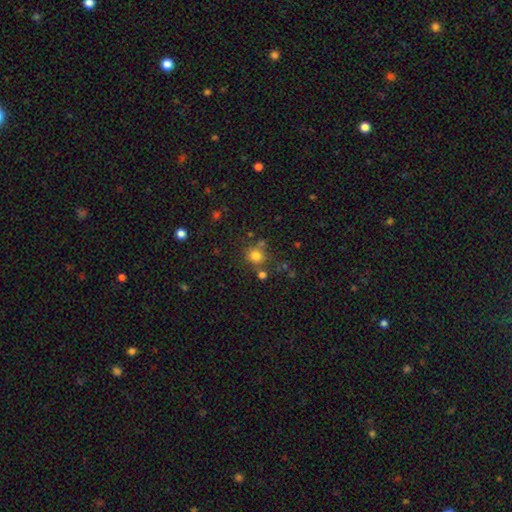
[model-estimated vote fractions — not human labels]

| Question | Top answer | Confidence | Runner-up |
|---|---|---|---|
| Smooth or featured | smooth | 78% | star or artifact (15%) |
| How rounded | round | 86% | in between (13%) |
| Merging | none | 71% | merger (13%) |